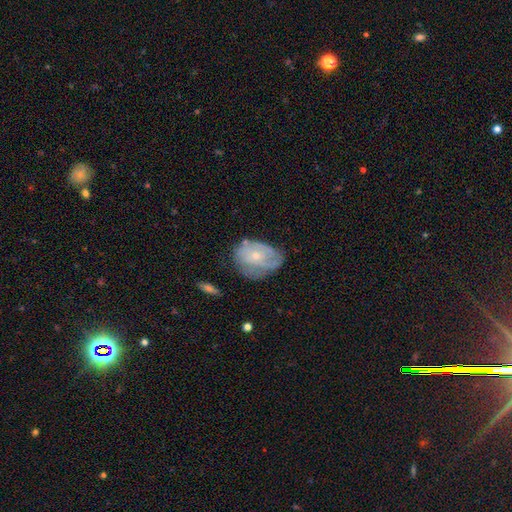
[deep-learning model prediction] The model was most divided on "merging": none: 51%, minor disturbance: 30%, major disturbance: 16%, merger: 3%. More confident: edge-on disk — no (96%); bar — no (78%); spiral arms — yes (72%); bulge size — small (68%); smooth or featured — featured or disk (61%).